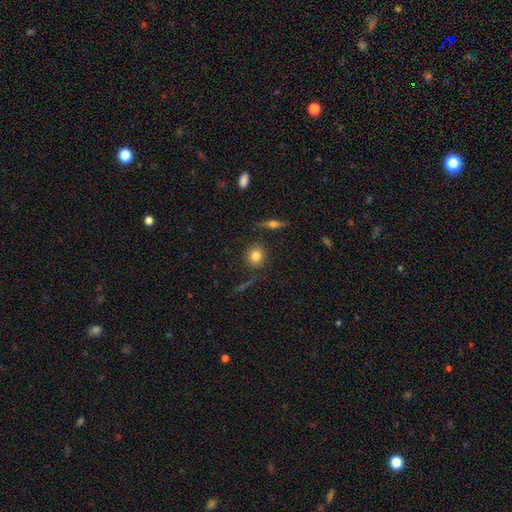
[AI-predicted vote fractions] This appears to be a smooth galaxy with no disk features (81%) that is round (85%). Merging: none (86%).